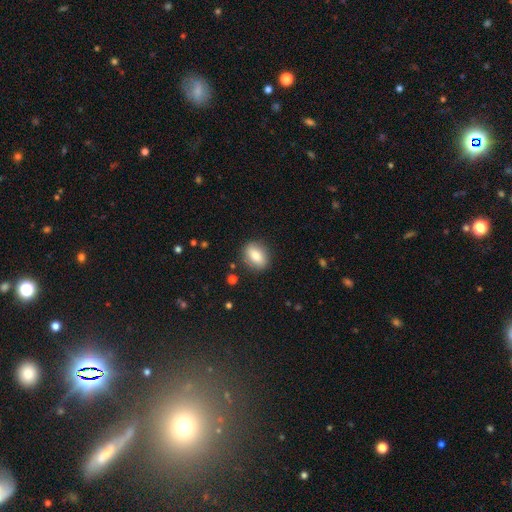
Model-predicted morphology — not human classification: This appears to be a smooth galaxy with no disk features (81%) that is in between round and cigar-shaped (73%). Merging: none (85%).